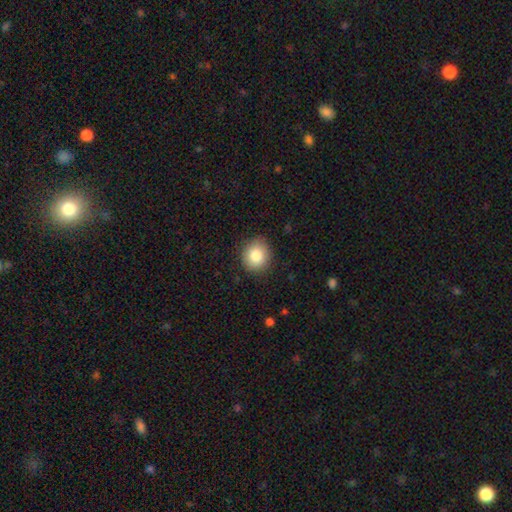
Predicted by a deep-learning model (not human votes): This appears to be a smooth galaxy with no disk features (83%) that is round (80%). Merging: none (89%).